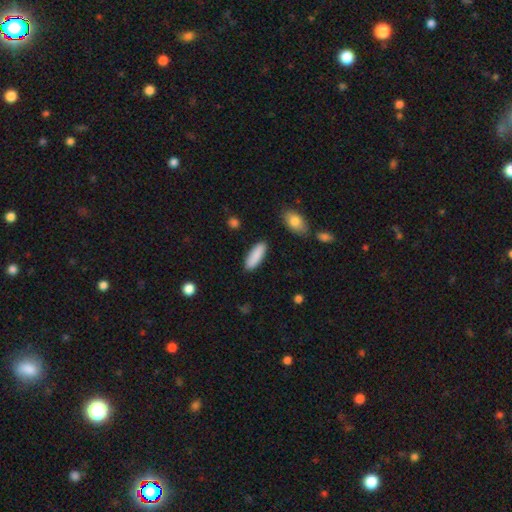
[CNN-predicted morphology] Overall: smooth (88%). How rounded: in between (58%; cigar-shaped 40%). Merging: none (88%).